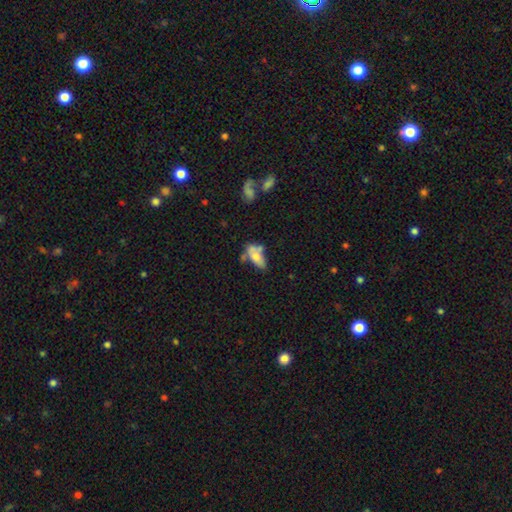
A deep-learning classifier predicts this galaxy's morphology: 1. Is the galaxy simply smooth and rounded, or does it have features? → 59% smooth, 32% featured or disk, 8% star or artifact.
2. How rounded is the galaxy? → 85% in between, 11% cigar-shaped, 4% round.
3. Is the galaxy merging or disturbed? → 31% none (tied), 31% merger (tied), 23% minor disturbance, 16% major disturbance.